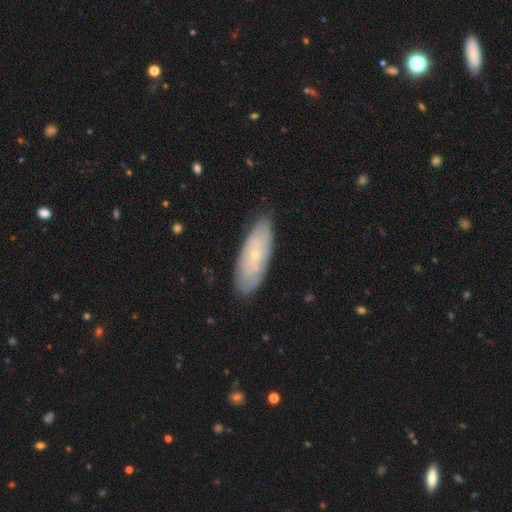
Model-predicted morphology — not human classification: The model was most divided on "smooth or featured": featured or disk: 49%, smooth: 42%, star or artifact: 9%. More confident: merging — none (86%).